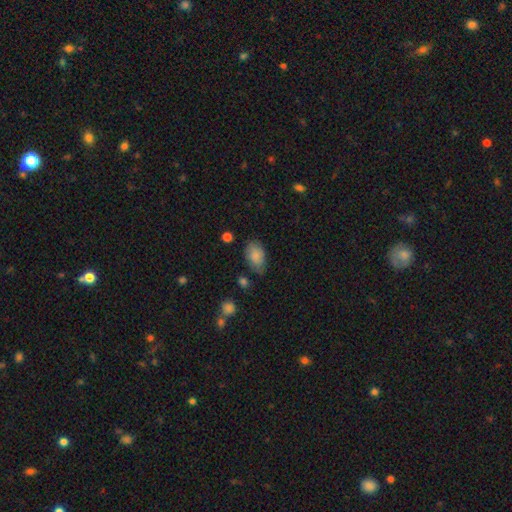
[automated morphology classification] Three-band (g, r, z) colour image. It shows a smooth galaxy with no disk features (85%) that is in between round and cigar-shaped (90%). Merging: none (67%).